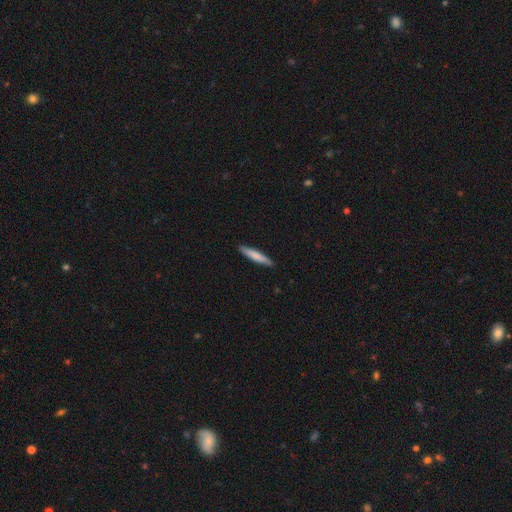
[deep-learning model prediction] smooth_or_featured: smooth (p=0.76) [alt: featured or disk p=0.19]
how_rounded: cigar-shaped (p=0.92) [alt: in between p=0.07]
merging: none (p=0.90) [alt: minor disturbance p=0.07]